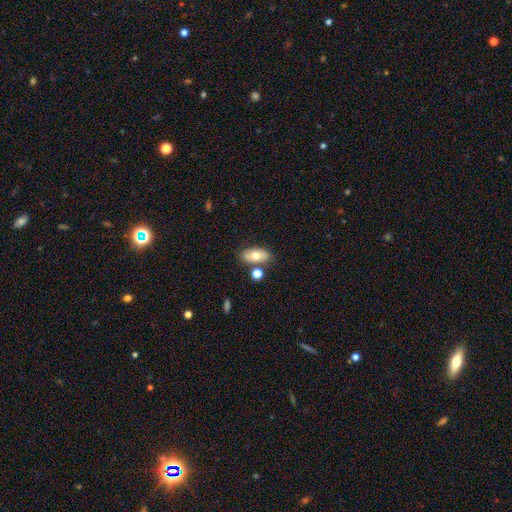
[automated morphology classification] smooth-or-featured: smooth: 69% | featured or disk: 23% | star or artifact: 8%
  how-rounded: in between: 89% | round: 6% | cigar-shaped: 5%
  merging: none: 74% | minor disturbance: 12% | merger: 11% | major disturbance: 3%